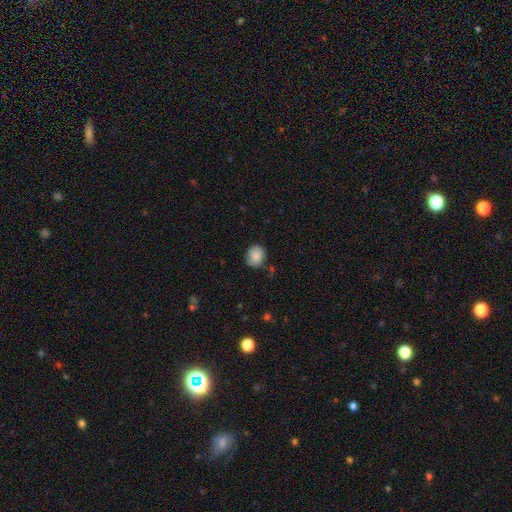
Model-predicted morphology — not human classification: This appears to be a smooth galaxy with no disk features (85%) that is round (69%). Merging: none (69%).